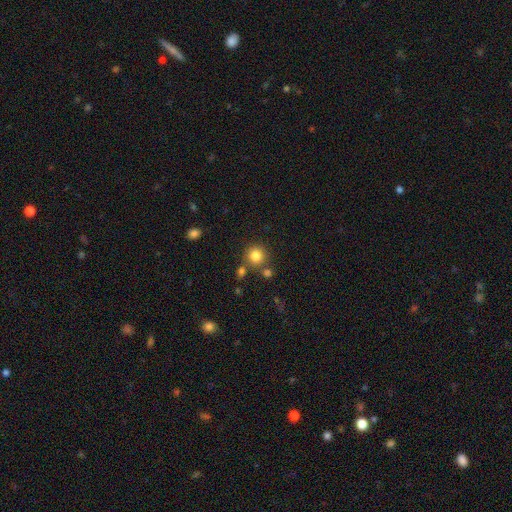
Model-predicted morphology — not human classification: Smooth or featured? smooth (83%)
How rounded? round (92%)
Merging? none (77%)